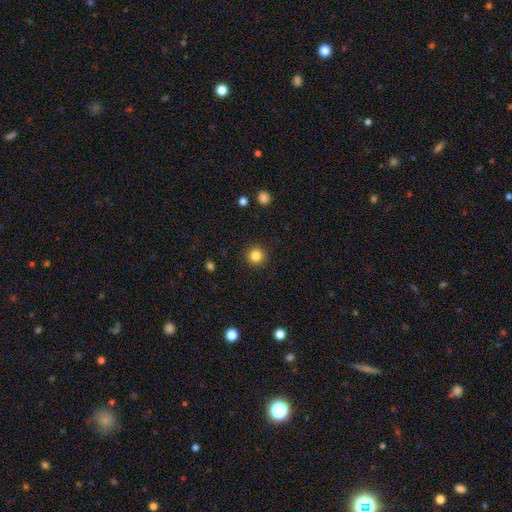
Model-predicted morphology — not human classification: smooth_or_featured: smooth (p=0.84) [alt: star or artifact p=0.11]
how_rounded: round (p=0.95) [alt: in between p=0.04]
merging: none (p=0.92) [alt: minor disturbance p=0.05]